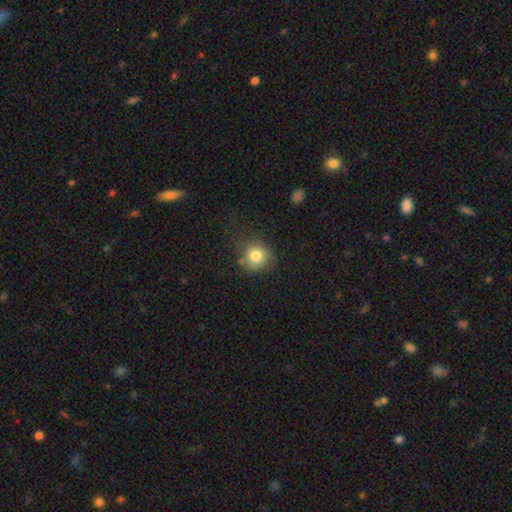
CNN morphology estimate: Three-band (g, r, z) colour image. It shows a smooth galaxy with no disk features (81%) that is round (87%). Merging: none (67%).